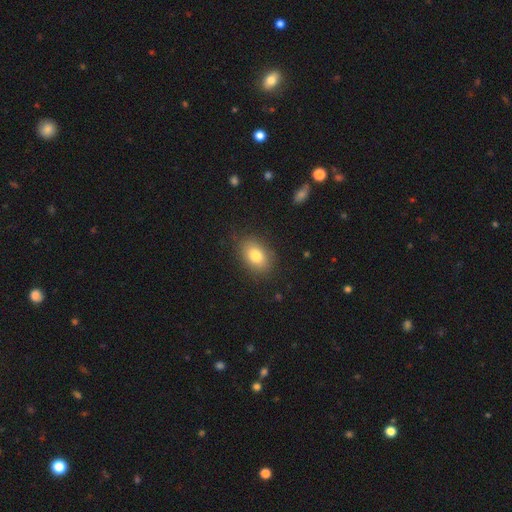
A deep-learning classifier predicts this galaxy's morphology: A smooth galaxy with no disk features (79%) that is in between round and cigar-shaped (80%).

Vote fractions:
- Smooth or featured? smooth: 79% / featured or disk: 11% / star or artifact: 9%
- How rounded? in between: 80% / round: 18% / cigar-shaped: 1%
- Merging? none: 84% / minor disturbance: 11% / major disturbance: 3% / merger: 1%